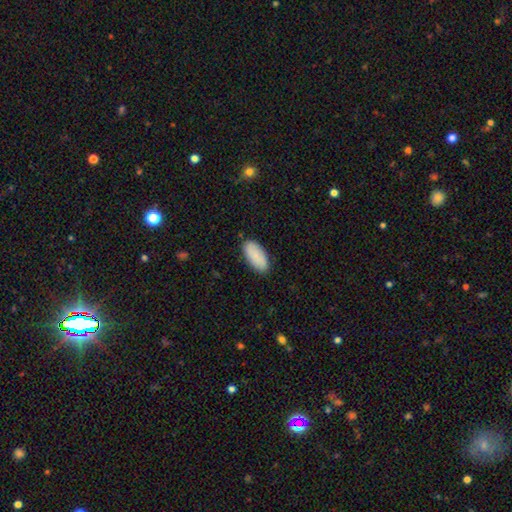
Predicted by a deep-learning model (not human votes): A smooth galaxy with no disk features (88%) that is in between round and cigar-shaped (93%).

Vote fractions:
- Smooth or featured? smooth: 88% / star or artifact: 6% / featured or disk: 6%
- How rounded? in between: 93% / cigar-shaped: 5% / round: 2%
- Merging? none: 87% / minor disturbance: 10% / major disturbance: 2% / merger: 1%